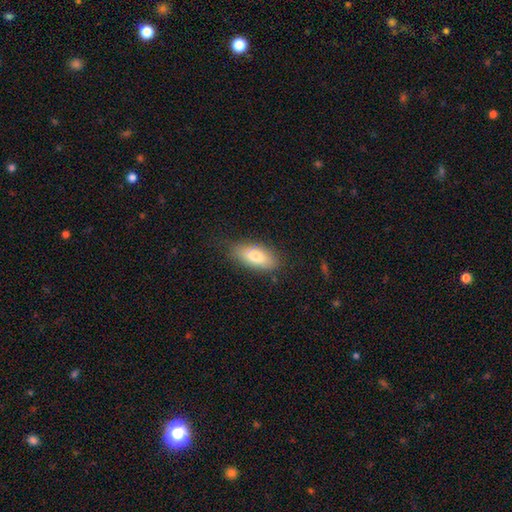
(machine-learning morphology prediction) type=smooth (76%); roundness=in between (85%); merging=none (79%).